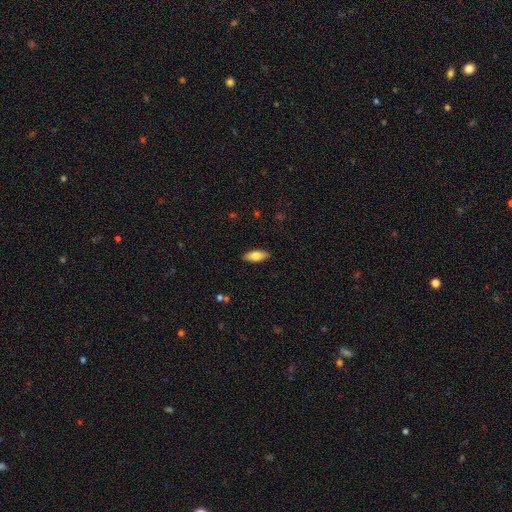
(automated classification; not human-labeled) A smooth galaxy with no disk features (78%) that is in between round and cigar-shaped (80%). Merging: none (88%).